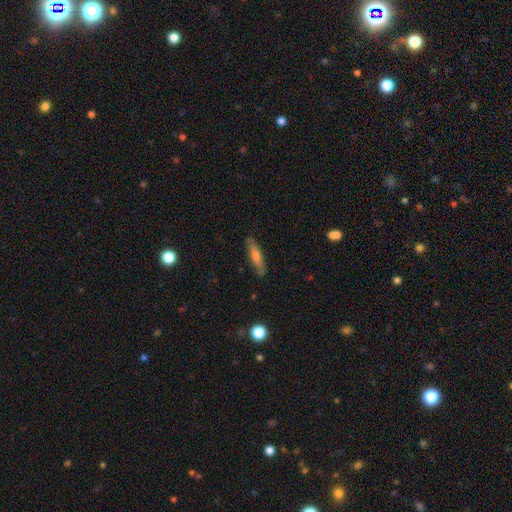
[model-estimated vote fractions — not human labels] A smooth galaxy with no disk features (56%) that is cigar-shaped (77%). Merging: none (85%).